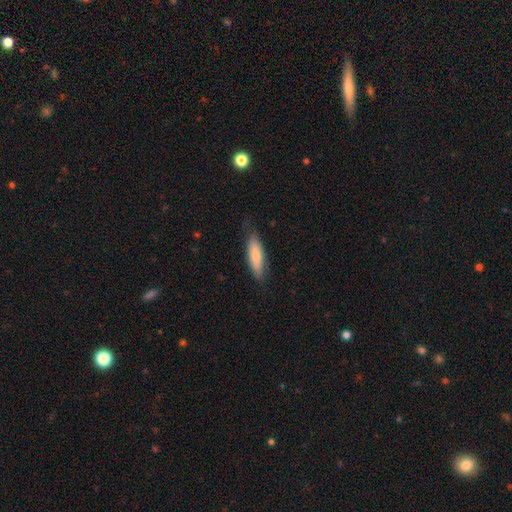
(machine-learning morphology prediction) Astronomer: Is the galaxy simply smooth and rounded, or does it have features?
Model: smooth — 78%.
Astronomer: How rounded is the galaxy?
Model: in between — 51% (runner-up: cigar-shaped, 47%).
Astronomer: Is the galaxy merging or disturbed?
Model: none — 74%.